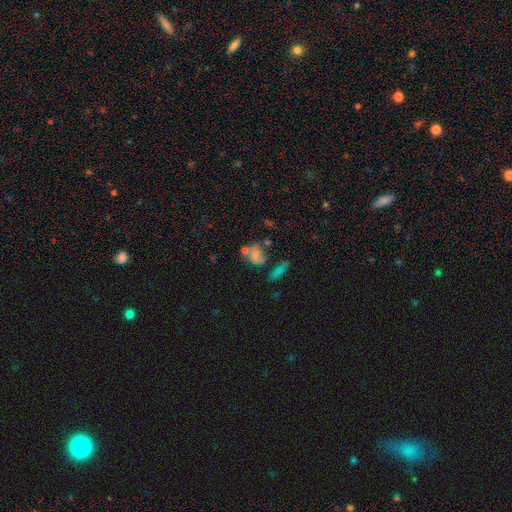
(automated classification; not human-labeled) Q: Smooth or featured?
A: smooth (61%); runner-up: featured or disk (25%)
Q: How rounded?
A: in between (53%); runner-up: round (45%)
Q: Merging?
A: none (40%); runner-up: merger (28%)